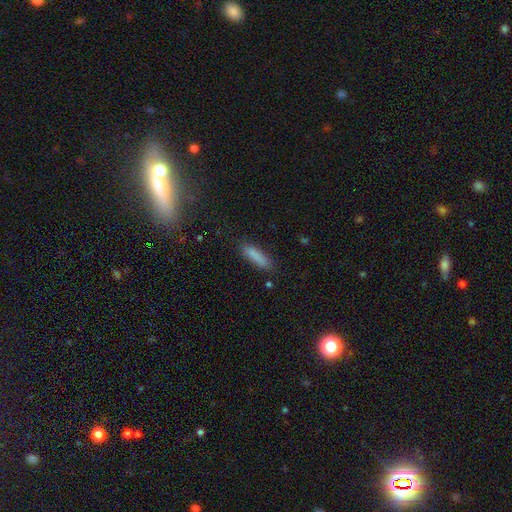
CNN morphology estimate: The model was most divided on "how rounded": cigar-shaped: 71%, in between: 28%, round: 2%. More confident: smooth or featured — smooth (86%); merging — none (84%).